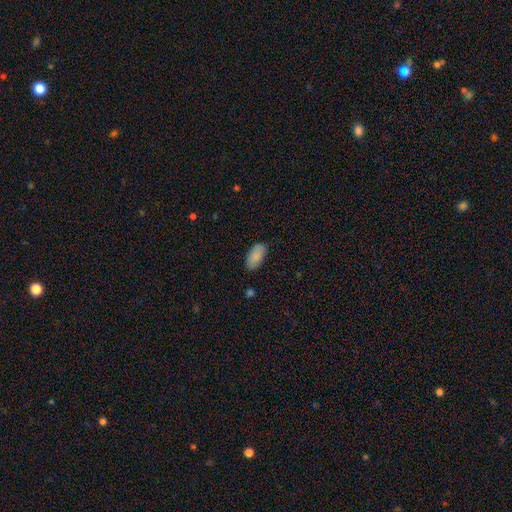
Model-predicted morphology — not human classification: This is clearly a smooth galaxy (87%). How rounded: clearly in between (94%). Merging: clearly none (83%).